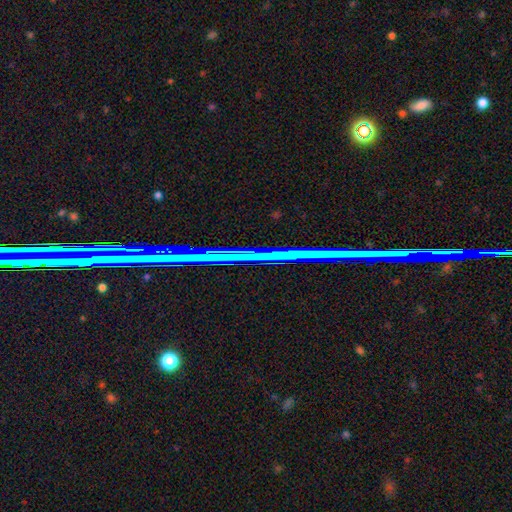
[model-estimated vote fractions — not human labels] The model was most divided on "smooth or featured": star or artifact: 69%, featured or disk: 21%, smooth: 10%.